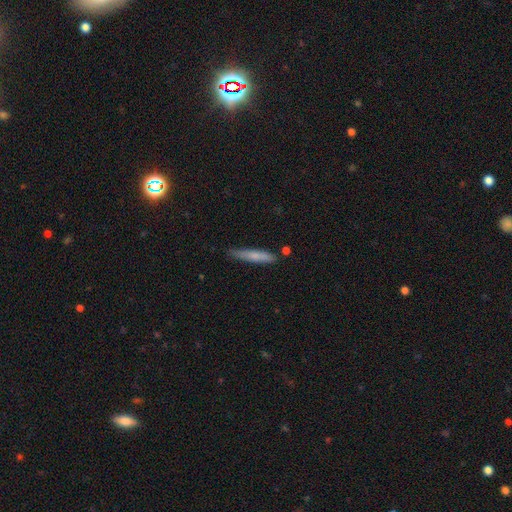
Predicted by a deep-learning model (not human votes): A smooth galaxy with no disk features (71%) that is cigar-shaped (92%). Merging: none (75%).